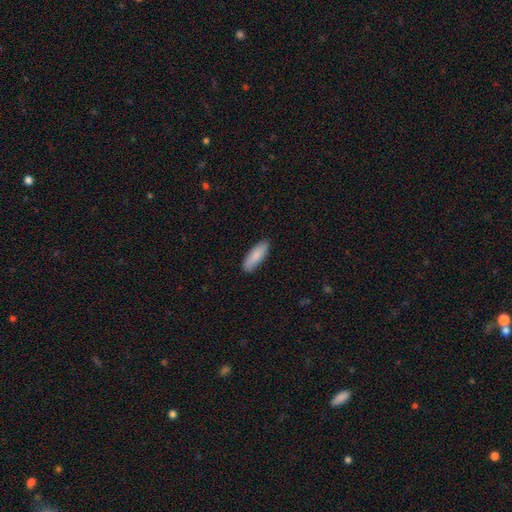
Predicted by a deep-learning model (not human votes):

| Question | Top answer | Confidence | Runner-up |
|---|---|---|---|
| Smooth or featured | smooth | 86% | featured or disk (9%) |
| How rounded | in between | 57% | cigar-shaped (42%) |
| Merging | none | 86% | minor disturbance (11%) |